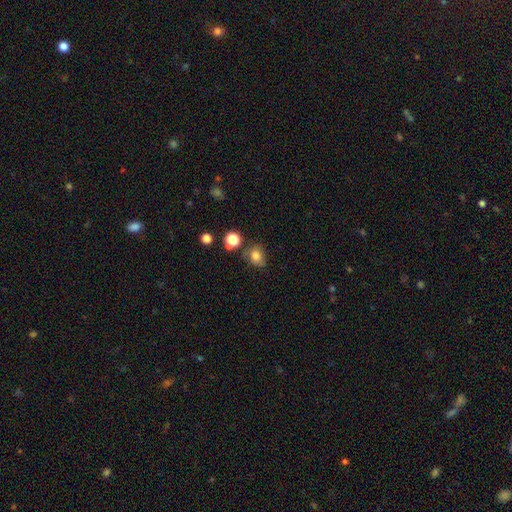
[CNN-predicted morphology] type=smooth (80%); roundness=round (55%); merging=none (65%).